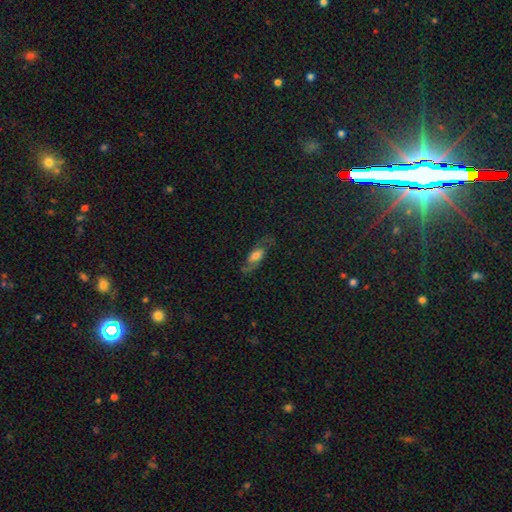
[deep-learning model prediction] smooth_or_featured: featured or disk (p=0.62) [alt: smooth p=0.27]
disk_edge_on: no (p=0.87) [alt: yes p=0.13]
bar: no (p=0.52) [alt: weak p=0.35]
has_spiral_arms: yes (p=0.85) [alt: no p=0.15]
bulge_size: moderate (p=0.51) [alt: large p=0.24]
merging: none (p=0.72) [alt: minor disturbance p=0.16]